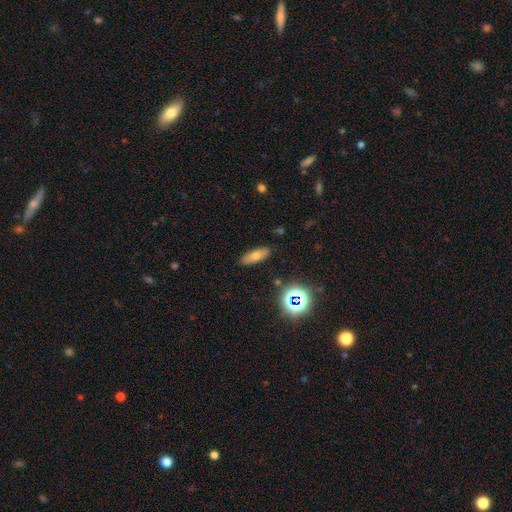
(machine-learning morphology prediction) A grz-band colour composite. It shows a smooth galaxy with no disk features (68%) that is in between round and cigar-shaped (64%). Merging: none (86%).